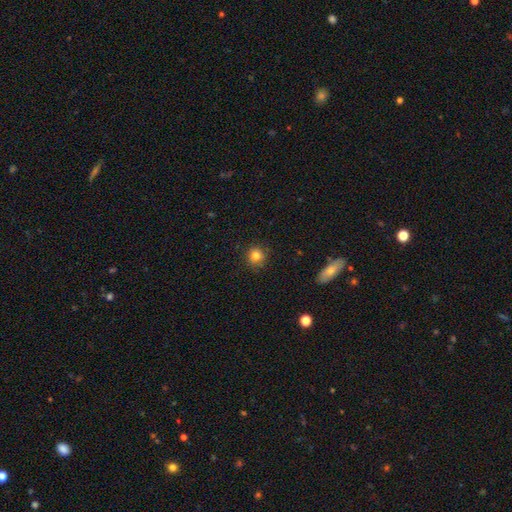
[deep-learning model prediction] Morphology: type=smooth (82%); roundness=round (91%); merging=none (87%).